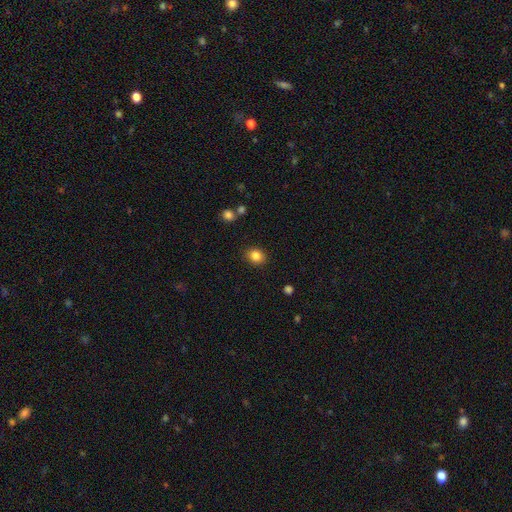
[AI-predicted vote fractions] smooth 84%, star or artifact 10%, featured or disk 5%. Down the decision tree: how rounded — round (62%); merging — none (87%).